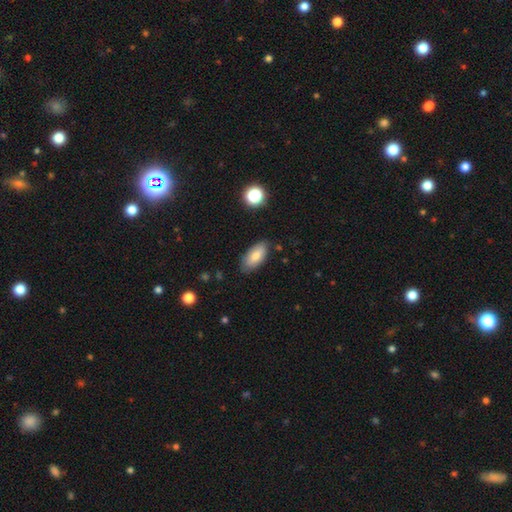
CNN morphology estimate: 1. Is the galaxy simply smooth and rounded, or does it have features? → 79% smooth, 14% featured or disk, 7% star or artifact.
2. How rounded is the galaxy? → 89% in between, 9% cigar-shaped, 3% round.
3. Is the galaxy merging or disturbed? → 82% none, 14% minor disturbance, 3% major disturbance, 2% merger.